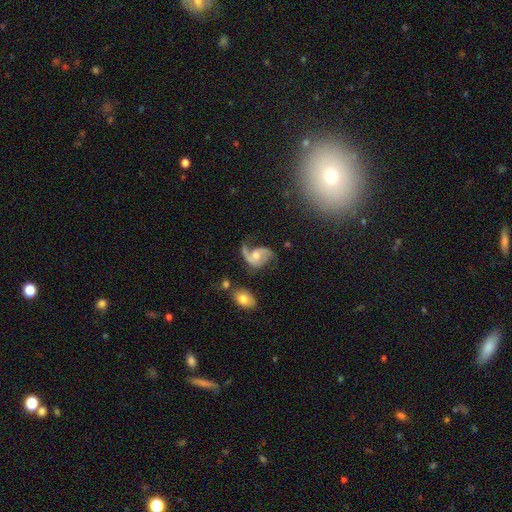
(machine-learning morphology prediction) A featured or disk galaxy (86%) with no bar (53%), 2 (80%) loose (47%) spiral arms (96%) and a moderate central bulge (55%).

Vote fractions:
- Smooth or featured? featured or disk: 86% / smooth: 8% / star or artifact: 6%
- Edge-on disk? no: 98% / yes: 2%
- Bar? no: 53% / weak: 38% / strong: 9%
- Spiral arms? yes: 96% / no: 4%
- Spiral winding? loose: 47% / medium: 42% / tight: 10%
- Spiral arm count? 2: 80% / 1: 14% / can't tell: 3% / 3: 1% / 4: 1% / more than 4: 1%
- Bulge size? moderate: 55% / small: 29% / large: 8% / none: 6% / dominant: 1%
- Merging? none: 51% / major disturbance: 22% / minor disturbance: 22% / merger: 5%